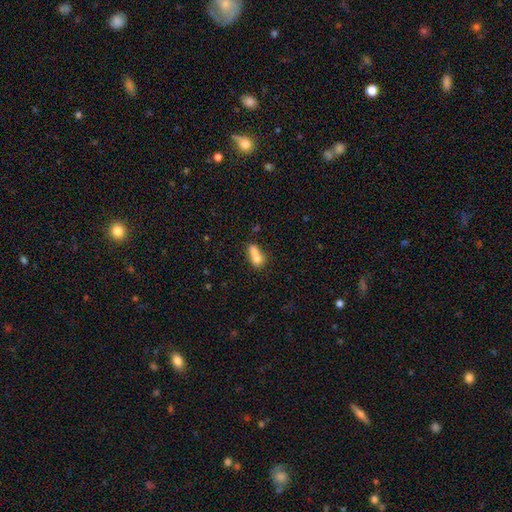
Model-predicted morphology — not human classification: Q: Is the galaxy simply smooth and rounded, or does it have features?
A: smooth — 71%.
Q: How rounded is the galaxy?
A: in between — 60%.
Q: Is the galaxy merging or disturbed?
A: merger — 70%.